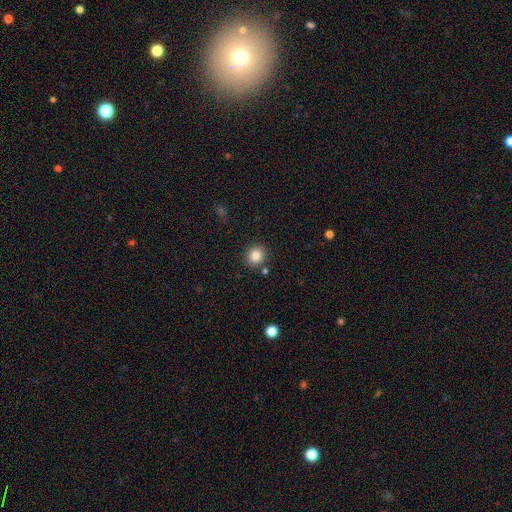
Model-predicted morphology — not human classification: A smooth galaxy with no disk features (84%) that is round (85%). Merging: none (86%).